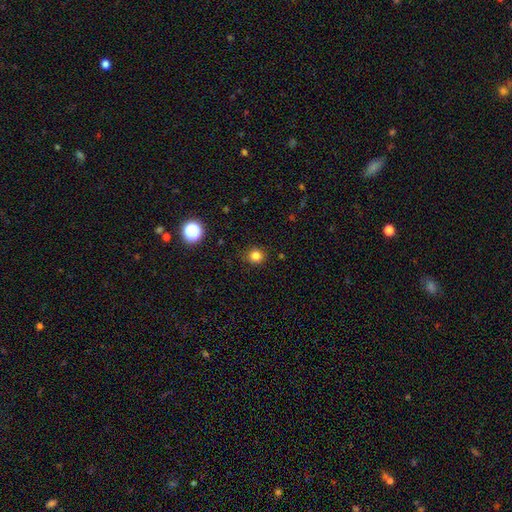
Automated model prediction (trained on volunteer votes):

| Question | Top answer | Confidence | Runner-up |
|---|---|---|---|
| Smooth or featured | smooth | 81% | star or artifact (14%) |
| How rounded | round | 91% | in between (8%) |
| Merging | none | 86% | minor disturbance (10%) |